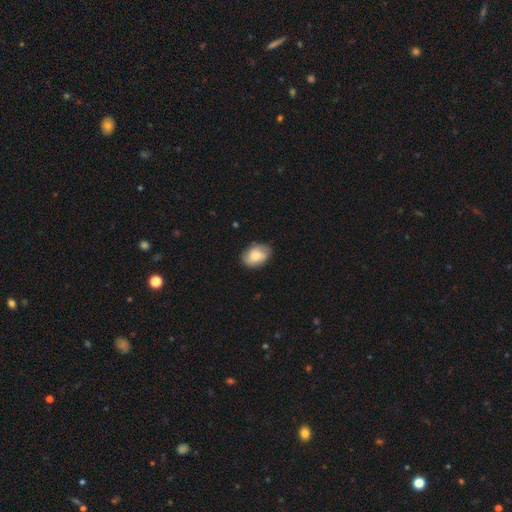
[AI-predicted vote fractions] Morphology: type=smooth (71%); roundness=in between (79%); merging=none (74%).